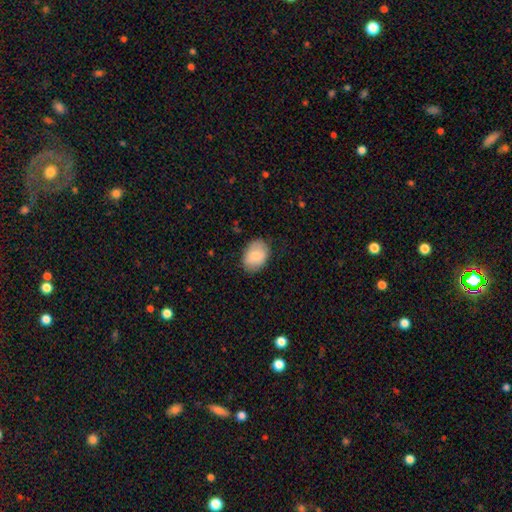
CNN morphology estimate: Smooth or featured: smooth — 80% (featured or disk — 13%)
How rounded: in between — 75% (round — 24%)
Merging: none — 78% (minor disturbance — 17%)